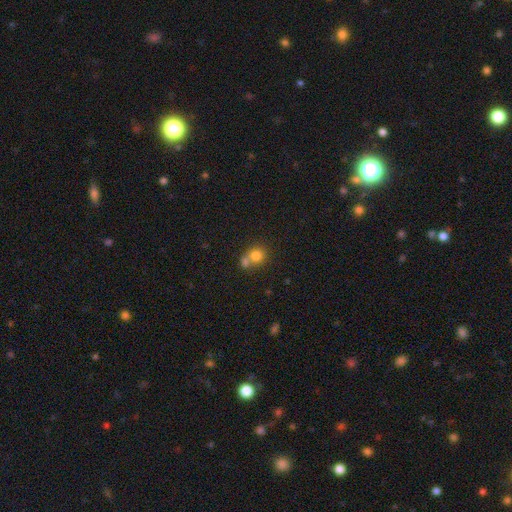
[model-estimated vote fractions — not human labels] smooth-or-featured: smooth: 77% | star or artifact: 11% | featured or disk: 11%
  how-rounded: round: 82% | in between: 17% | cigar-shaped: 1%
  merging: merger: 50% | none: 40% | minor disturbance: 7% | major disturbance: 3%